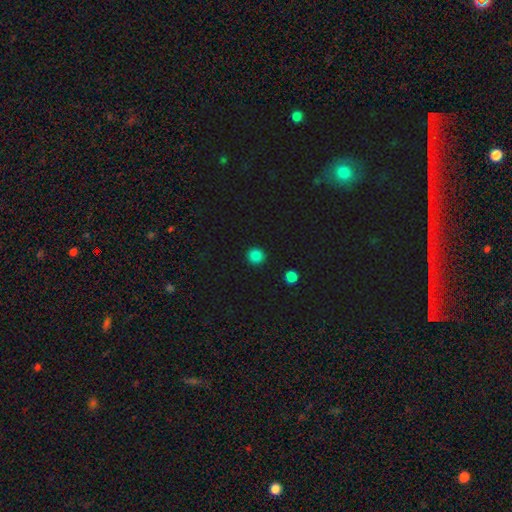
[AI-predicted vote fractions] Smooth or featured?
  - smooth: 85% *
  - star or artifact: 12%
  - featured or disk: 3%
How rounded?
  - round: 94% *
  - in between: 5%
  - cigar-shaped: 1%
Merging?
  - none: 92% *
  - minor disturbance: 5%
  - major disturbance: 2%
  - merger: 1%